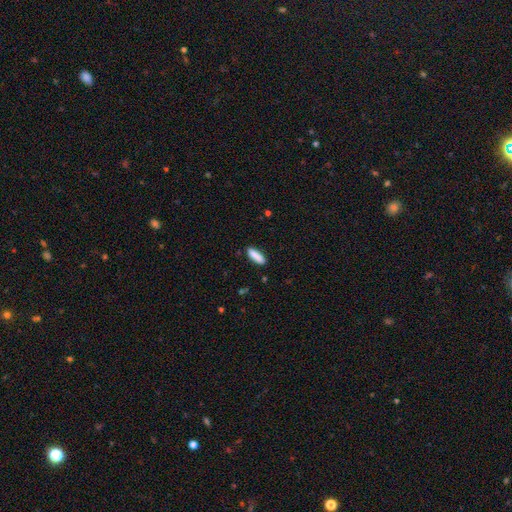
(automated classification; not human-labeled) Smooth or featured? Predicted: smooth (p=0.88). How rounded? Predicted: cigar-shaped (p=0.58). Merging? Predicted: none (p=0.88).